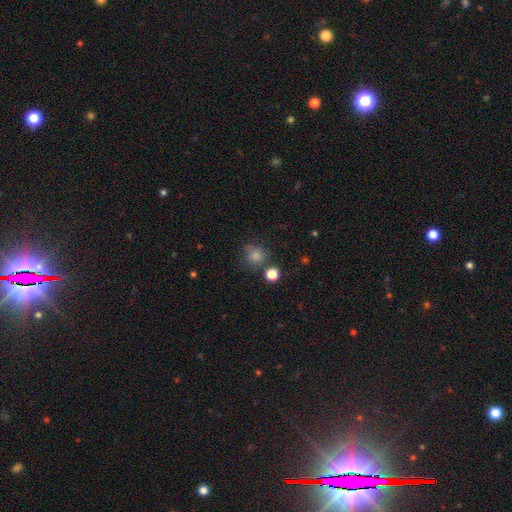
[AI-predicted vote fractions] Morphology: type=smooth (79%); roundness=round (84%); merging=none (66%).